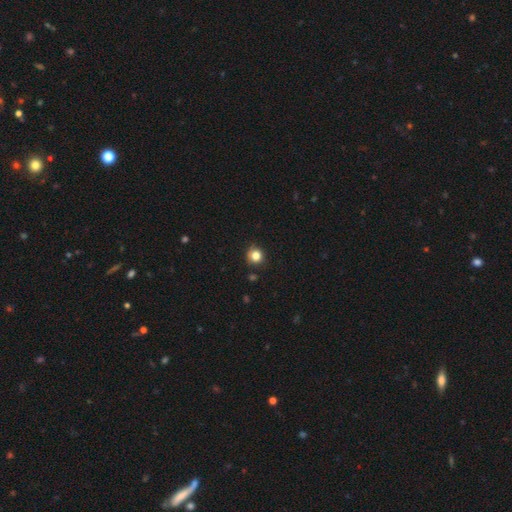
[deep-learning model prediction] A smooth galaxy with no disk features (81%) that is round (90%). Merging: none (86%).